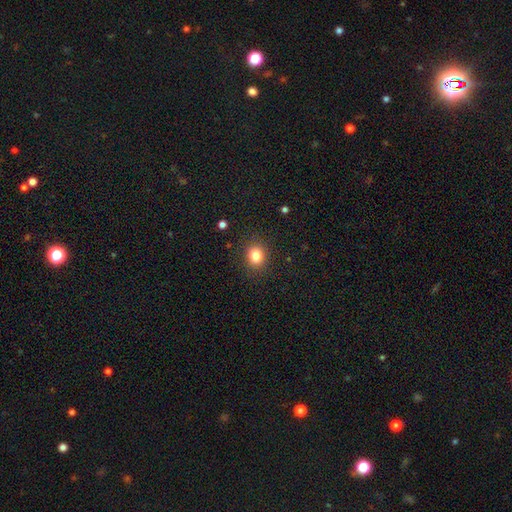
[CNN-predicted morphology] smooth_or_featured: smooth (p=0.83) [alt: star or artifact p=0.11]
how_rounded: round (p=0.70) [alt: in between p=0.29]
merging: none (p=0.88) [alt: minor disturbance p=0.08]